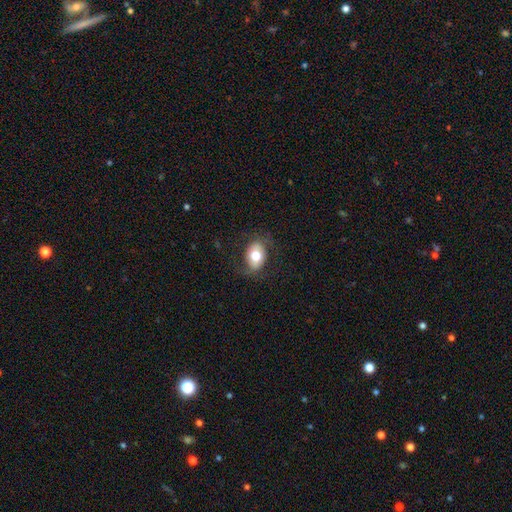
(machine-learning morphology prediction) A smooth galaxy with no disk features (68%) that is in between round and cigar-shaped (75%).

Vote fractions:
- Smooth or featured? smooth: 68% / featured or disk: 24% / star or artifact: 8%
- How rounded? in between: 75% / round: 23% / cigar-shaped: 1%
- Merging? none: 75% / minor disturbance: 16% / major disturbance: 8% / merger: 1%